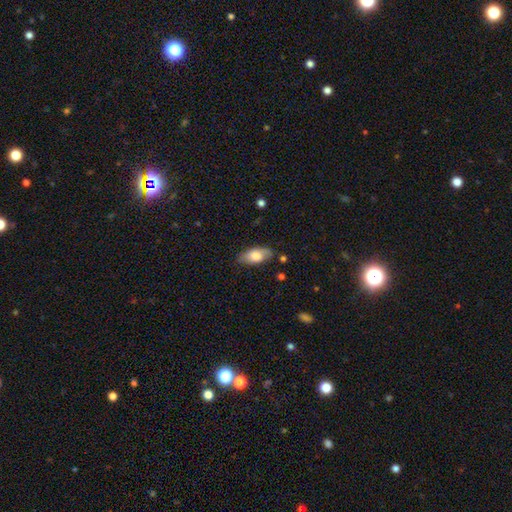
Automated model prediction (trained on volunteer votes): This is likely a smooth galaxy (77%). How rounded: clearly in between (91%). Merging: clearly none (82%).